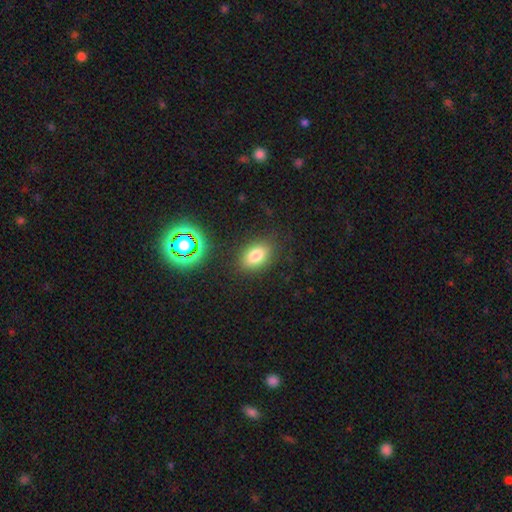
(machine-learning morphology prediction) smooth 77%, star or artifact 13%, featured or disk 10%. Down the decision tree: how rounded — in between (82%); merging — none (84%).